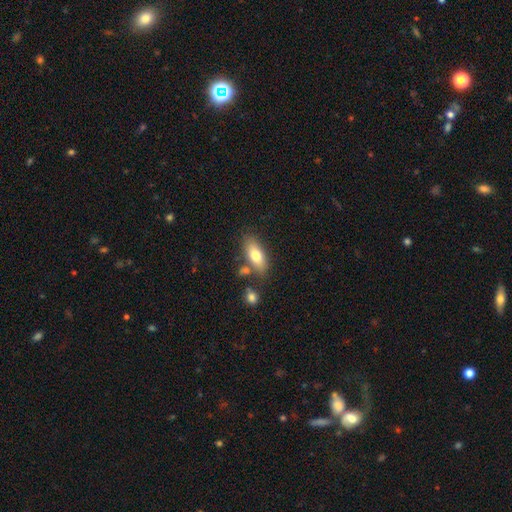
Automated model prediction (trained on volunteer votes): A smooth galaxy with no disk features (75%) that is in between round and cigar-shaped (83%). Merging: none (72%).